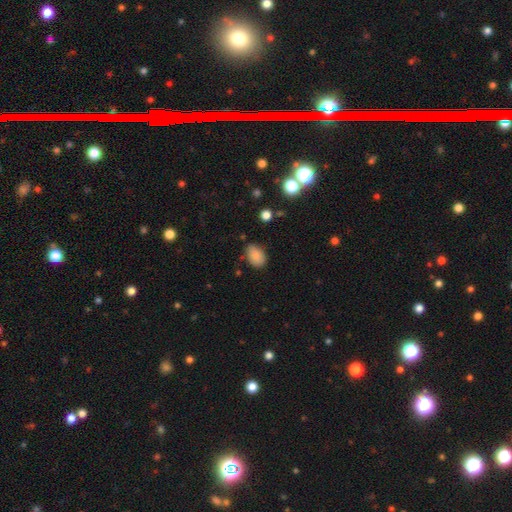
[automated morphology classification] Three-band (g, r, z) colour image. It shows a smooth galaxy with no disk features (85%) that is in between round and cigar-shaped (80%). Merging: none (74%).